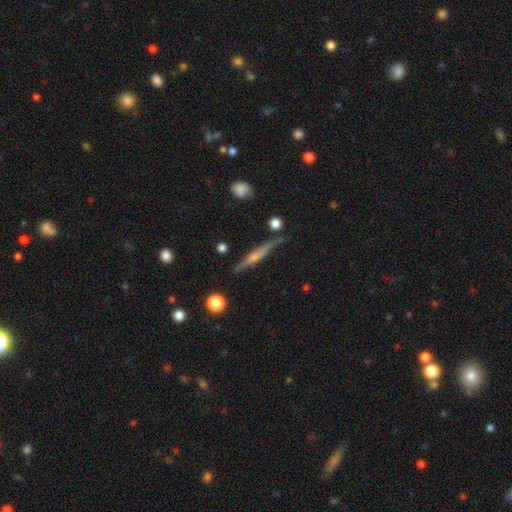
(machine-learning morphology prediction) smooth_or_featured: featured or disk (p=0.61) [alt: smooth p=0.31]
disk_edge_on: yes (p=0.96) [alt: no p=0.04]
edge_on_bulge: rounded (p=0.55) [alt: none p=0.30]
merging: none (p=0.78) [alt: minor disturbance p=0.15]